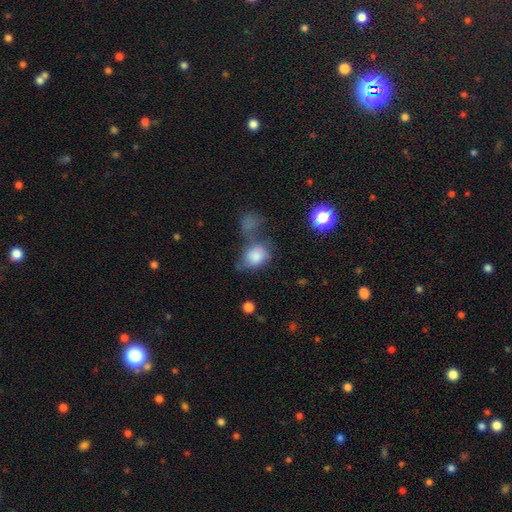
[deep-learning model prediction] Smooth or featured: smooth — 77% (featured or disk — 14%)
How rounded: in between — 62% (round — 37%)
Merging: merger — 31% (none — 27%)